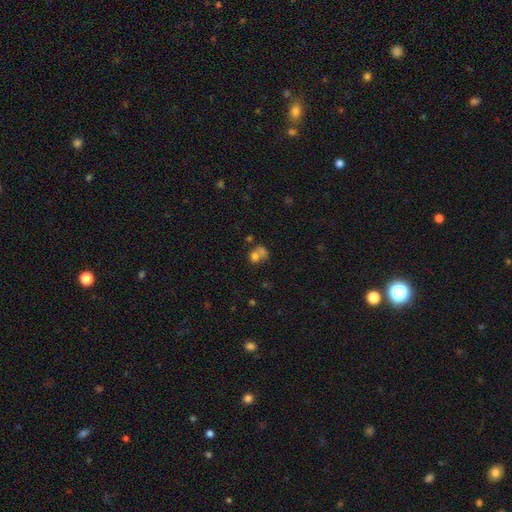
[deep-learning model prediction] This appears to be a smooth galaxy with no disk features (68%) that is round (64%). Merging: merger (56%).